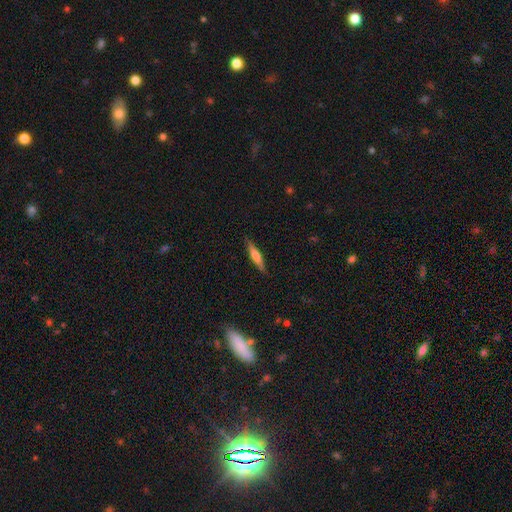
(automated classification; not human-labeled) Overall: smooth (48%; featured or disk 45%). Merging: none (88%).